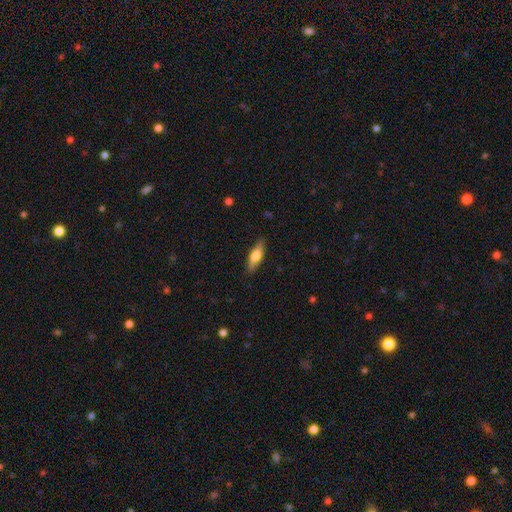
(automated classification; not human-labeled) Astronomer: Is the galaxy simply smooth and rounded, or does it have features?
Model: smooth — 66%.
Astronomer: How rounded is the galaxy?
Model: cigar-shaped — 49% (runner-up: in between, 48%).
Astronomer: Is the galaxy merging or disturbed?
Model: none — 86%.